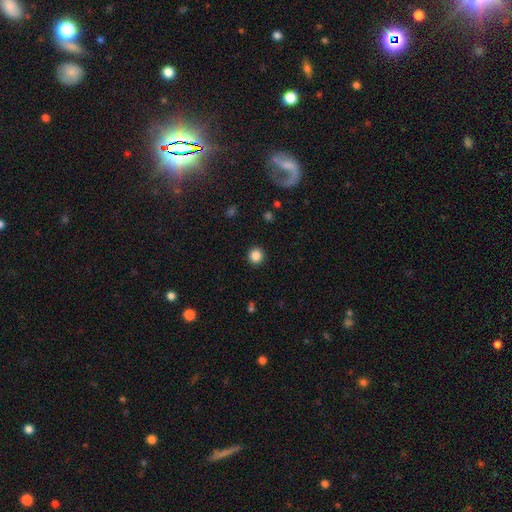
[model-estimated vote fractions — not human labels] Smooth or featured: smooth — 86% (star or artifact — 11%)
How rounded: round — 93% (in between — 6%)
Merging: none — 92% (minor disturbance — 5%)